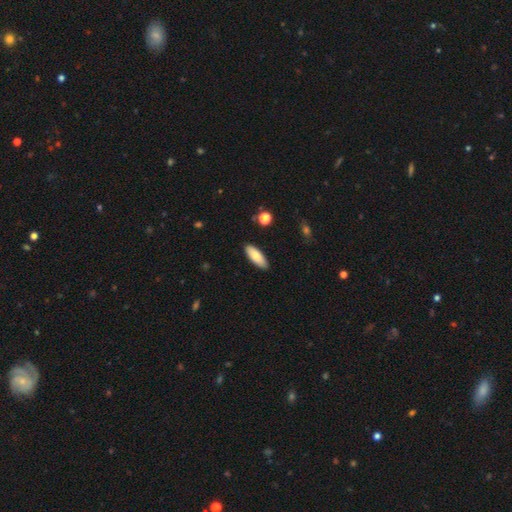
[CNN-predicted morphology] A smooth galaxy with no disk features (81%) that is in between round and cigar-shaped (72%). Merging: none (88%).